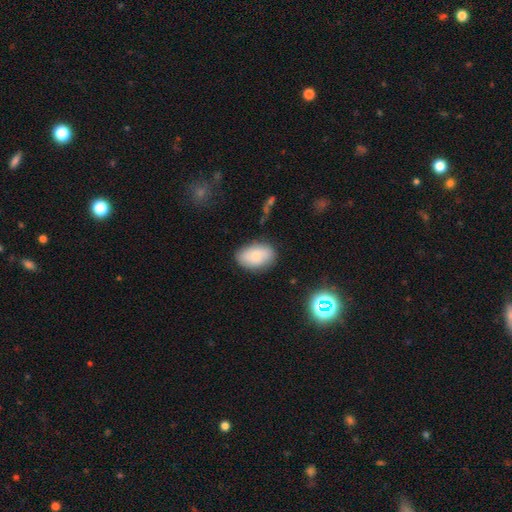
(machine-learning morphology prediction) smooth_or_featured: smooth (p=0.66) [alt: featured or disk p=0.26]
how_rounded: in between (p=0.86) [alt: round p=0.12]
merging: none (p=0.79) [alt: minor disturbance p=0.15]